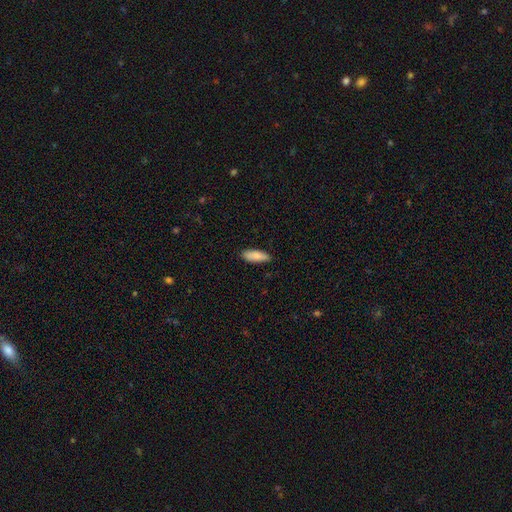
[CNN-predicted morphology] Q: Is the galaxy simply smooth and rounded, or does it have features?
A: smooth — 86%.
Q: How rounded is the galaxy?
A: in between — 65%.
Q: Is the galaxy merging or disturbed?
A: none — 86%.